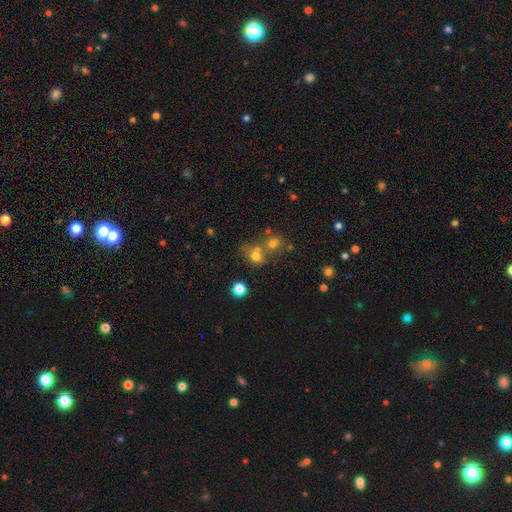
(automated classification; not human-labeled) Smooth or featured?
  - smooth: 66% *
  - star or artifact: 20%
  - featured or disk: 15%
How rounded?
  - round: 61% *
  - in between: 37%
  - cigar-shaped: 2%
Merging?
  - merger: 50% *
  - none: 34%
  - minor disturbance: 9%
  - major disturbance: 6%